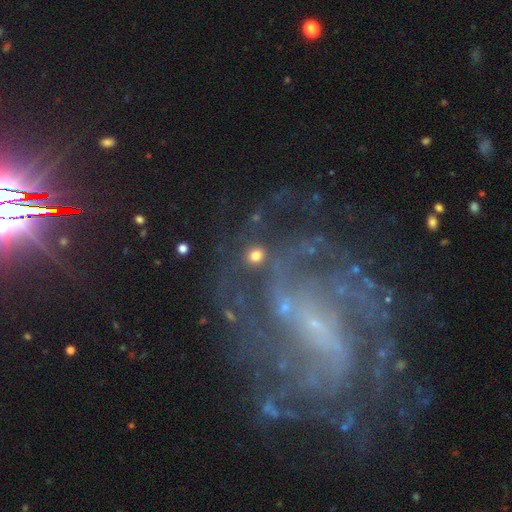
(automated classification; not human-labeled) This appears to be a smooth galaxy with no disk features (63%) that is round (83%). Merging: none (72%).